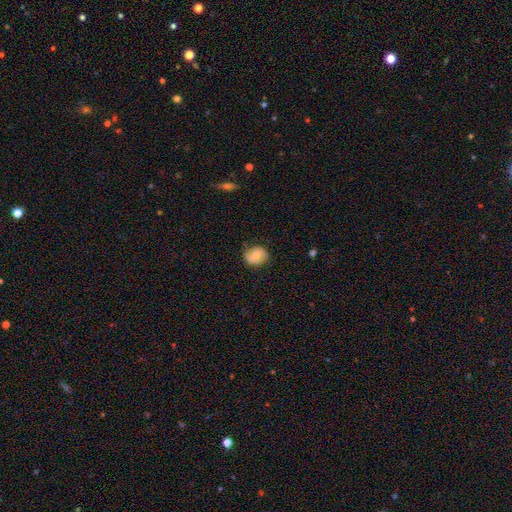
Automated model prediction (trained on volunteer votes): Smooth or featured?
  - featured or disk: 51% *
  - smooth: 41%
  - star or artifact: 7%
Edge-on disk?
  - no: 97% *
  - yes: 3%
Merging?
  - none: 76% *
  - minor disturbance: 19%
  - major disturbance: 4%
  - merger: 1%